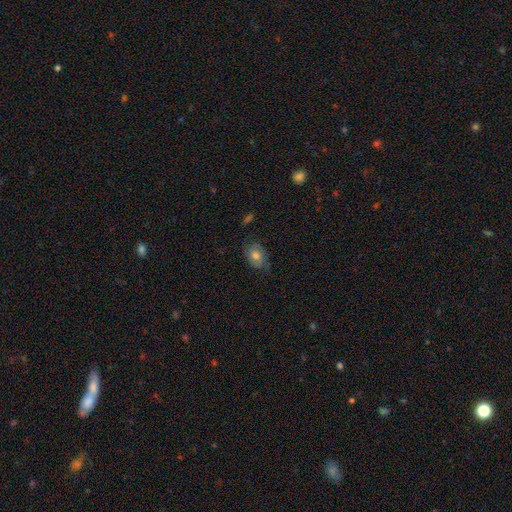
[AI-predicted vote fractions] smooth_or_featured: smooth (p=0.58) [alt: featured or disk p=0.32]
how_rounded: in between (p=0.68) [alt: round p=0.31]
merging: none (p=0.65) [alt: minor disturbance p=0.25]